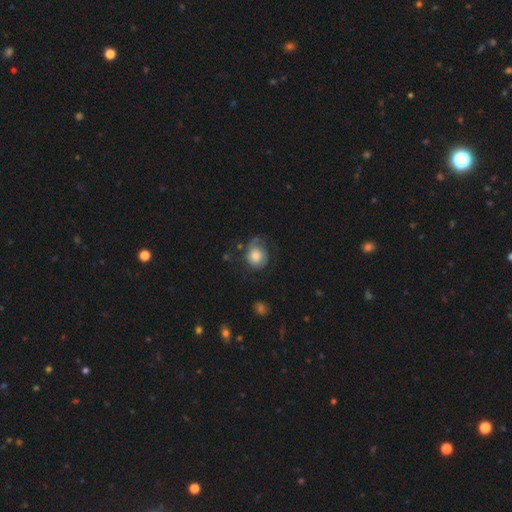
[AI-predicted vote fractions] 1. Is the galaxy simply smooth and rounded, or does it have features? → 53% smooth, 40% featured or disk, 7% star or artifact.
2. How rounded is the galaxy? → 65% round, 34% in between, 1% cigar-shaped.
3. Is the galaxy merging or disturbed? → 51% none, 26% minor disturbance, 21% major disturbance, 2% merger.